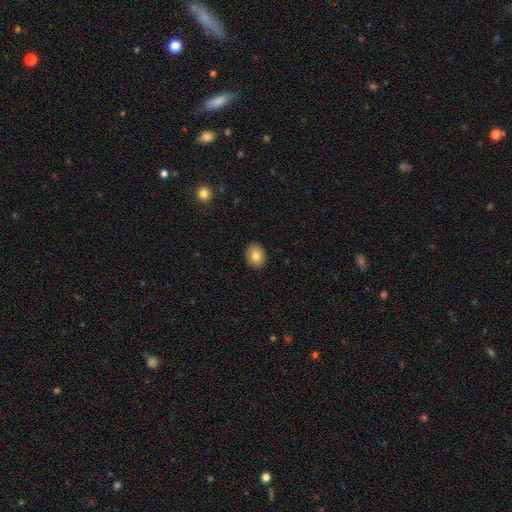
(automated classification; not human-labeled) Q: Smooth or featured?
A: smooth (81%); runner-up: featured or disk (11%)
Q: How rounded?
A: round (56%); runner-up: in between (43%)
Q: Merging?
A: none (90%); runner-up: minor disturbance (7%)